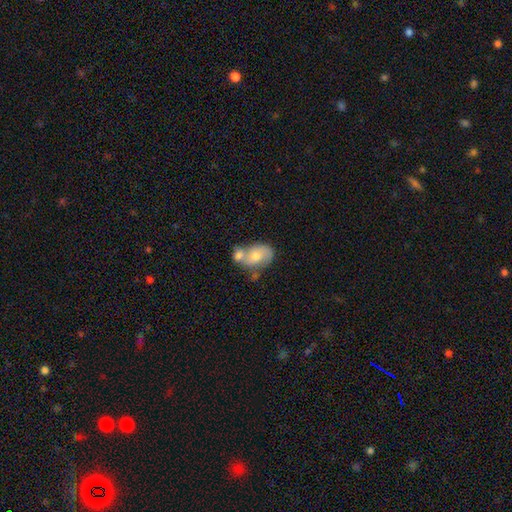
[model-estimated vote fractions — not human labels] Smooth or featured? smooth (53%)
How rounded? in between (75%)
Merging? merger (59%)